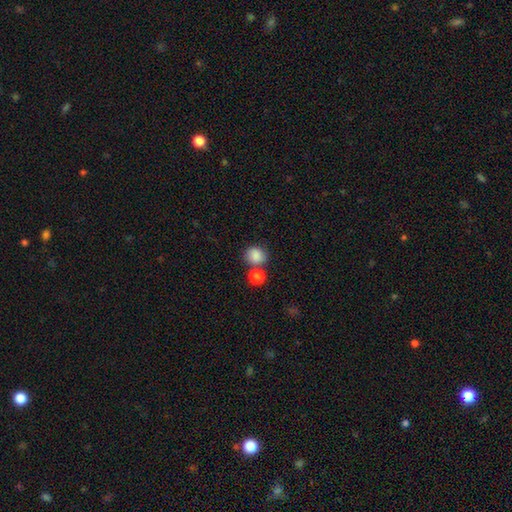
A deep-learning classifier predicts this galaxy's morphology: type=smooth (84%); roundness=round (78%); merging=none (64%).